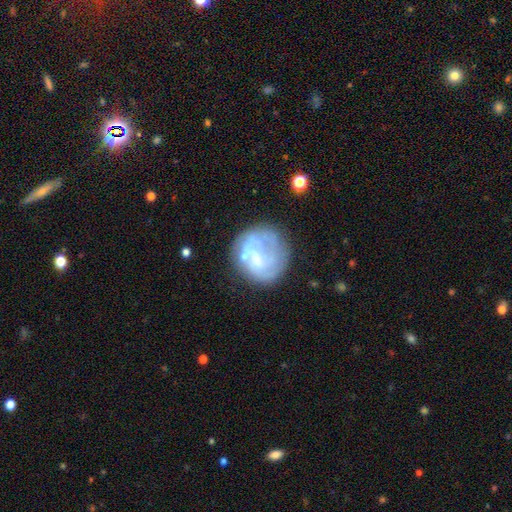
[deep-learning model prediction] smooth-or-featured: featured or disk: 55% | smooth: 35% | star or artifact: 10%
  disk-edge-on: no: 98% | yes: 2%
    bar: no: 61% | weak: 28% | strong: 11%
    has-spiral-arms: no: 67% | yes: 33%
    bulge-size: none: 50% | small: 28% | moderate: 17% | large: 3% | dominant: 2%
  merging: none: 56% | minor disturbance: 20% | major disturbance: 17% | merger: 7%